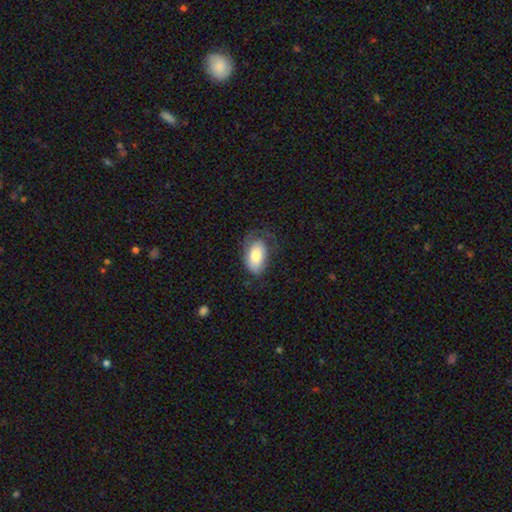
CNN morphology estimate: A smooth galaxy with no disk features (70%) that is in between round and cigar-shaped (92%).

Vote fractions:
- Smooth or featured? smooth: 70% / featured or disk: 23% / star or artifact: 6%
- How rounded? in between: 92% / round: 6% / cigar-shaped: 2%
- Merging? none: 51% / minor disturbance: 28% / major disturbance: 20% / merger: 1%